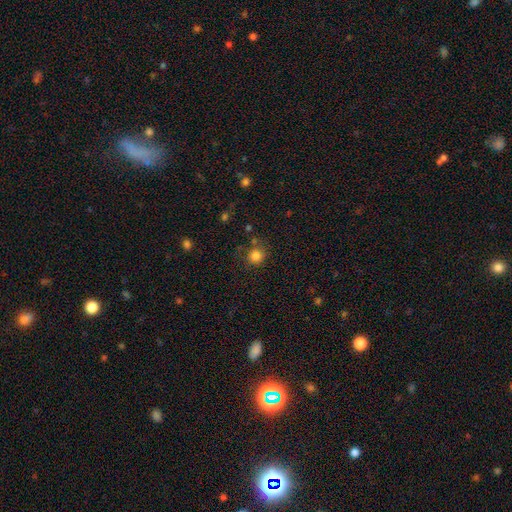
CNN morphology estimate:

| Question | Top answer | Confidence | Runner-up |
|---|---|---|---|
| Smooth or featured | smooth | 82% | star or artifact (12%) |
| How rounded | round | 89% | in between (10%) |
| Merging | none | 76% | minor disturbance (13%) |